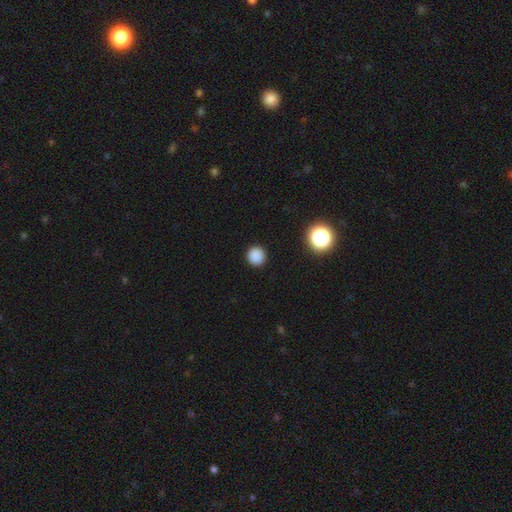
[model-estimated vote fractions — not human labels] A smooth galaxy with no disk features (85%) that is round (93%). Merging: none (92%).